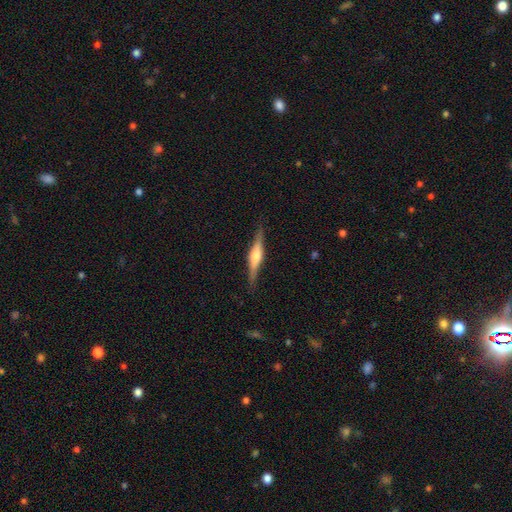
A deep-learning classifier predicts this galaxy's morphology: Smooth or featured? Predicted: featured or disk (p=0.71). Edge-on disk? Predicted: yes (p=0.97). Edge-on bulge? Predicted: rounded (p=0.83). Merging? Predicted: none (p=0.88).